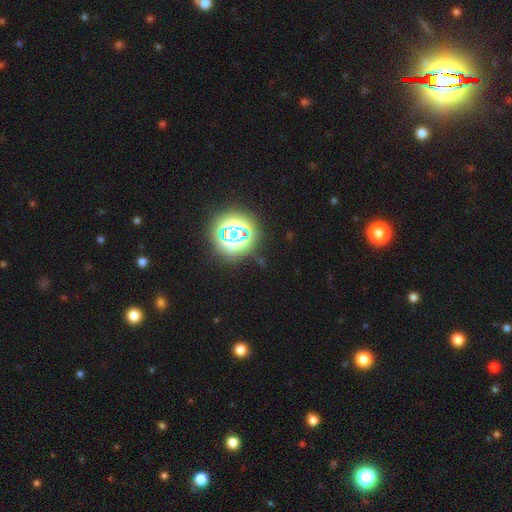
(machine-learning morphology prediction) This is likely a star or artifact rather than a galaxy (76%).